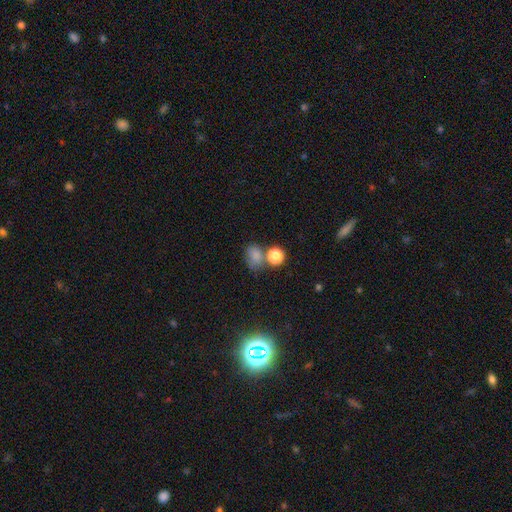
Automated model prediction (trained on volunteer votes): Smooth or featured?
  - smooth: 76% *
  - star or artifact: 16%
  - featured or disk: 8%
How rounded?
  - in between: 56% *
  - round: 43%
  - cigar-shaped: 1%
Merging?
  - none: 48% *
  - merger: 27%
  - minor disturbance: 16%
  - major disturbance: 8%